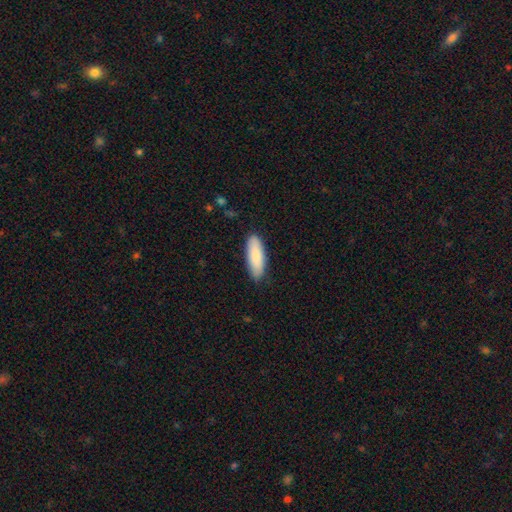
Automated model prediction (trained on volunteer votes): A smooth galaxy with no disk features (86%) that is in between round and cigar-shaped (64%). Merging: none (86%).